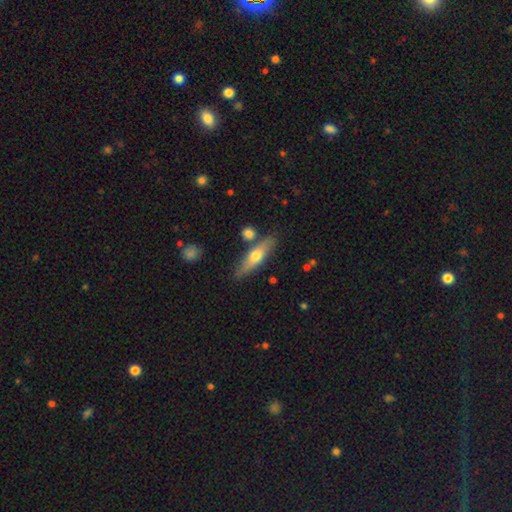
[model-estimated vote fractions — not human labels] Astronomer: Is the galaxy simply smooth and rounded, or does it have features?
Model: smooth — 52% (runner-up: featured or disk, 42%).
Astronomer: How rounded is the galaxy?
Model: cigar-shaped — 66%.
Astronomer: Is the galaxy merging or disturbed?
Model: none — 77%.